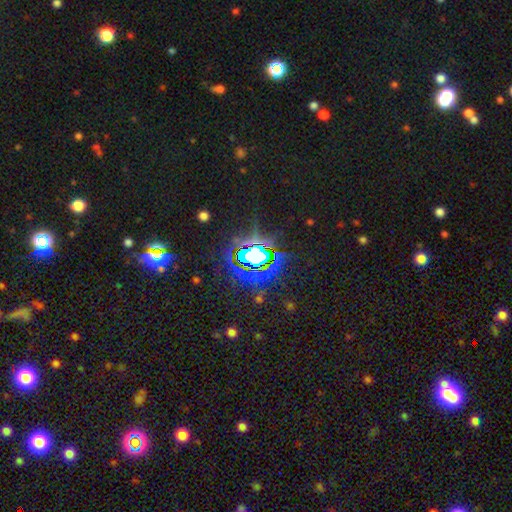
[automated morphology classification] Q: Smooth or featured?
A: star or artifact (77%); runner-up: smooth (12%)